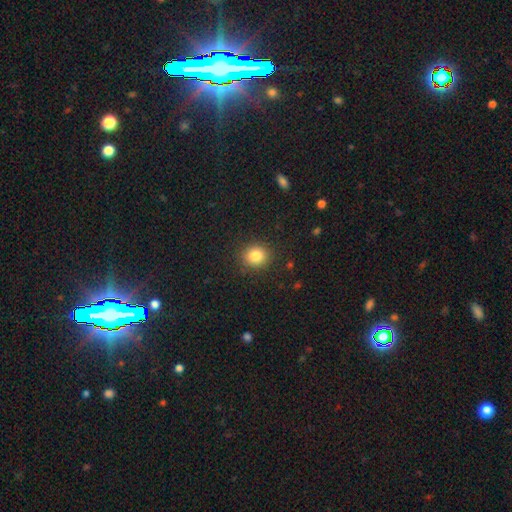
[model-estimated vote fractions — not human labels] smooth-or-featured: smooth: 83% | star or artifact: 11% | featured or disk: 6%
  how-rounded: round: 83% | in between: 17% | cigar-shaped: 1%
  merging: none: 90% | minor disturbance: 7% | major disturbance: 2% | merger: 1%